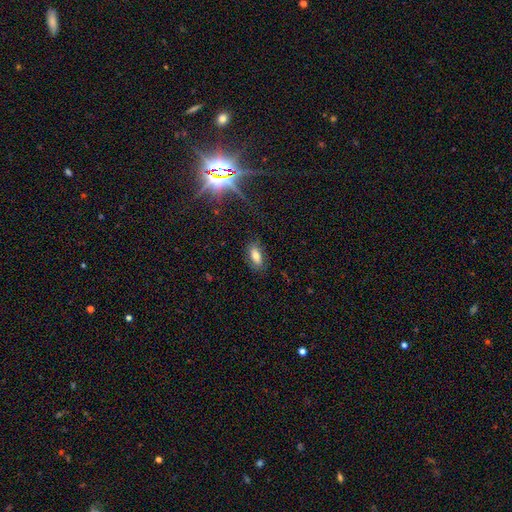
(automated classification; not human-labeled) A smooth galaxy with no disk features (72%) that is in between round and cigar-shaped (85%). Merging: none (82%).